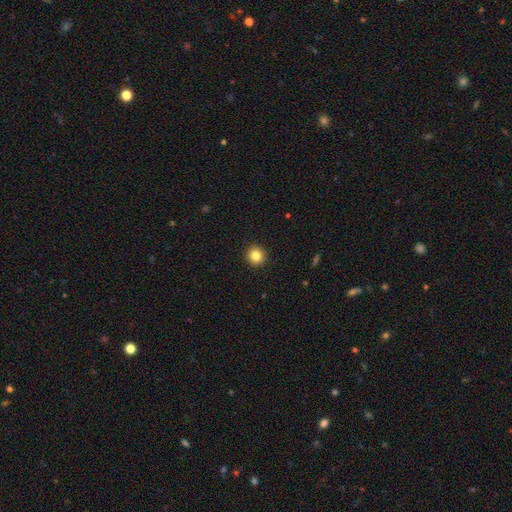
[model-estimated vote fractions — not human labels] Overall: smooth (84%). How rounded: round (93%). Merging: none (93%).